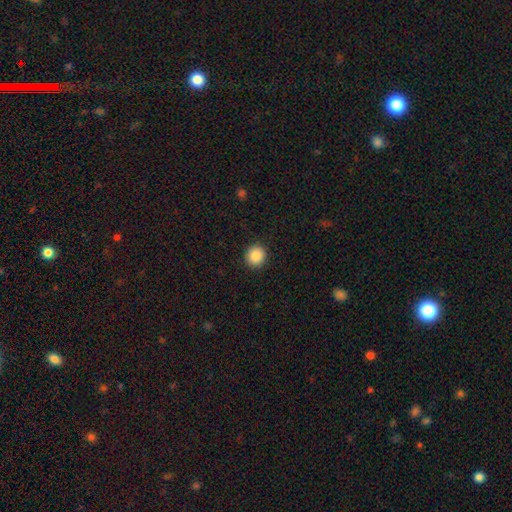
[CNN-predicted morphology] The model was most divided on "smooth or featured": smooth: 88%, star or artifact: 9%, featured or disk: 3%. More confident: merging — none (92%); how rounded — round (90%).